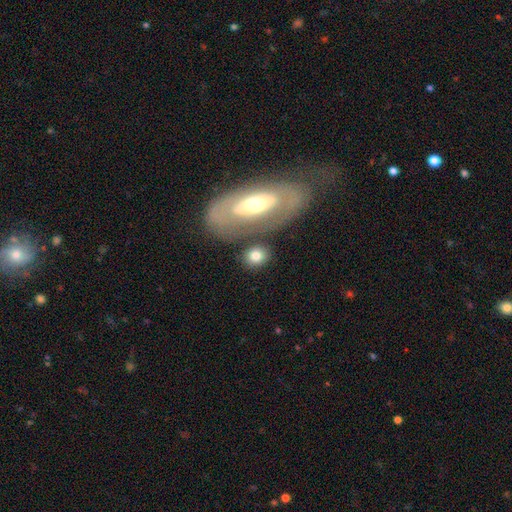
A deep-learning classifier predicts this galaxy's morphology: Q: Smooth or featured?
A: smooth (73%); runner-up: featured or disk (21%)
Q: How rounded?
A: in between (50%); runner-up: round (47%)
Q: Merging?
A: none (71%); runner-up: merger (13%)